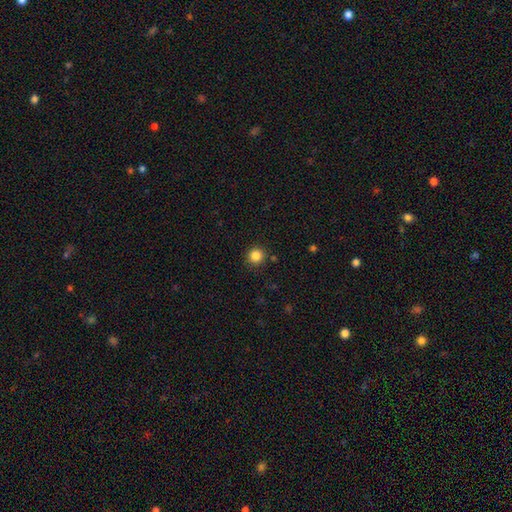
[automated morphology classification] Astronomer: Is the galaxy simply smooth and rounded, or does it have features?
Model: smooth — 84%.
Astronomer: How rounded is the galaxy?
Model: round — 94%.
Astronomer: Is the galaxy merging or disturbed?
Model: none — 90%.